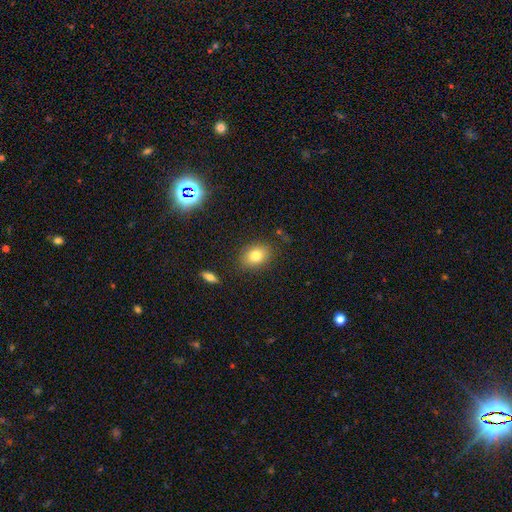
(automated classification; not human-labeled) A smooth galaxy with no disk features (80%) that is in between round and cigar-shaped (65%).

Vote fractions:
- Smooth or featured? smooth: 80% / star or artifact: 10% / featured or disk: 9%
- How rounded? in between: 65% / round: 34% / cigar-shaped: 1%
- Merging? none: 84% / minor disturbance: 11% / major disturbance: 3% / merger: 2%